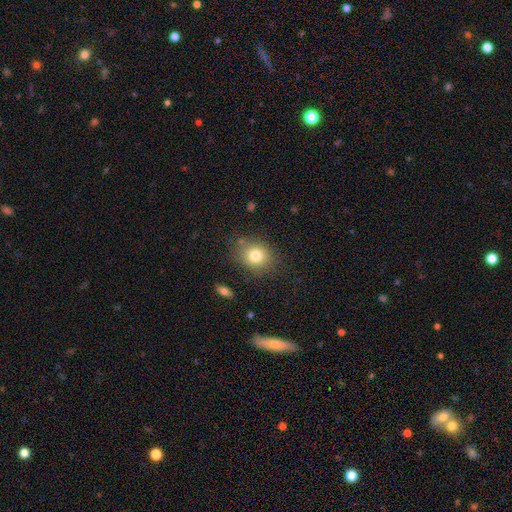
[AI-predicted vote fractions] smooth_or_featured: smooth (p=0.79) [alt: star or artifact p=0.11]
how_rounded: round (p=0.67) [alt: in between p=0.32]
merging: none (p=0.79) [alt: minor disturbance p=0.14]